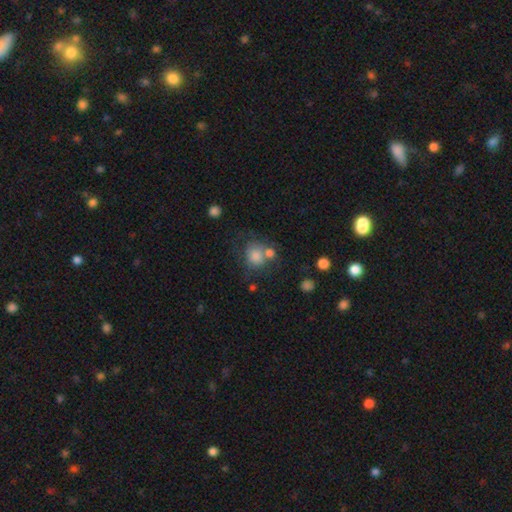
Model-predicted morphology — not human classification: Smooth or featured? Predicted: smooth (p=0.78). How rounded? Predicted: round (p=0.74). Merging? Predicted: none (p=0.49).